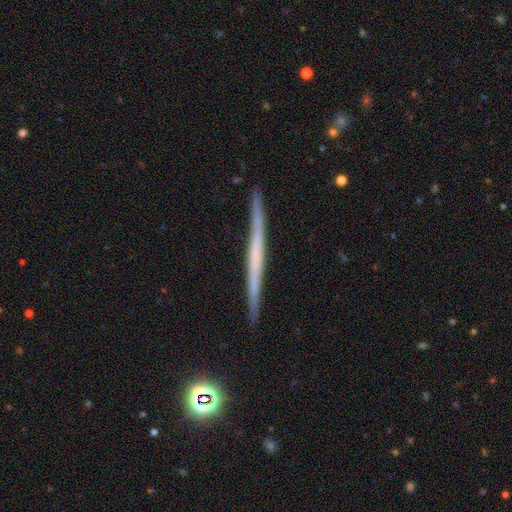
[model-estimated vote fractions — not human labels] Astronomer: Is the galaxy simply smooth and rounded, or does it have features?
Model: featured or disk — 61%.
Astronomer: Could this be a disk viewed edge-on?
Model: yes — 98%.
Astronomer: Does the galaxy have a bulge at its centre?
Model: none — 86%.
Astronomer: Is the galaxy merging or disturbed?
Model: none — 90%.